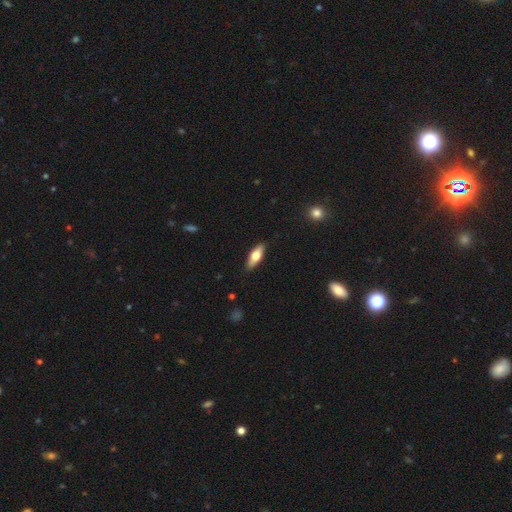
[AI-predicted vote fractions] Smooth or featured: smooth — 64% (featured or disk — 30%)
How rounded: in between — 65% (cigar-shaped — 32%)
Merging: none — 87% (minor disturbance — 10%)